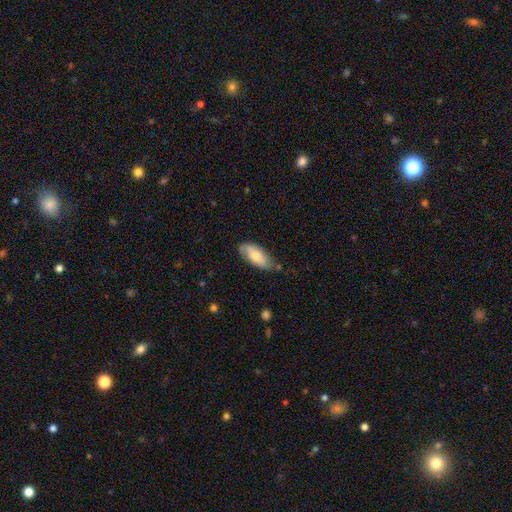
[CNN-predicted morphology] This appears to be a smooth galaxy with no disk features (69%) that is in between round and cigar-shaped (85%). Merging: none (64%).